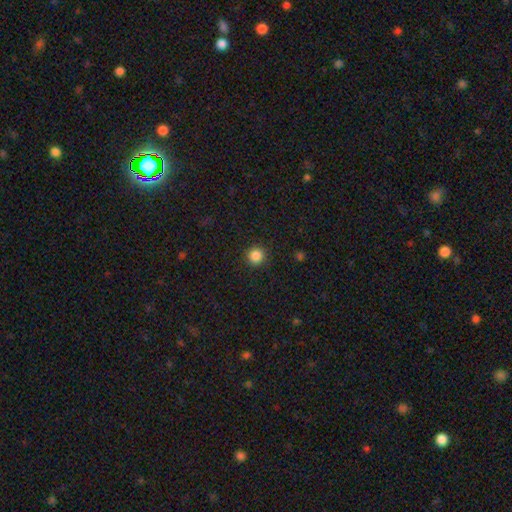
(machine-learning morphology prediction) This appears to be a smooth galaxy with no disk features (86%) that is round (95%). Merging: none (92%).